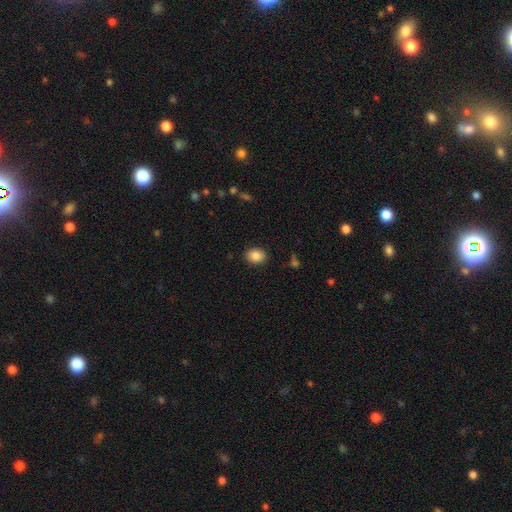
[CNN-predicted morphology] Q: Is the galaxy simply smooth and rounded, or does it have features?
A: smooth — 86%.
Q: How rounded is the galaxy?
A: in between — 53%.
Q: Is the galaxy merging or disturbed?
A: none — 89%.